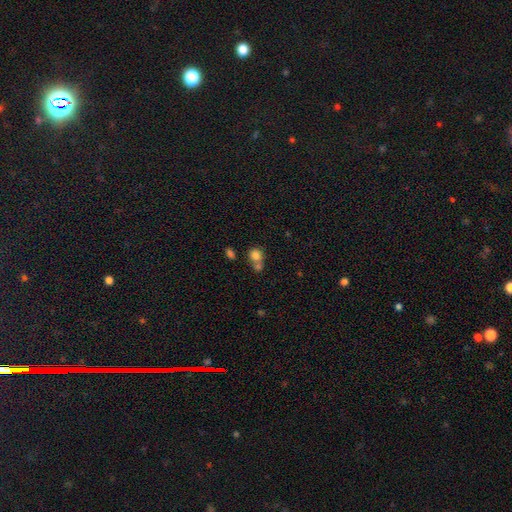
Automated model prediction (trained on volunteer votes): A smooth galaxy with no disk features (80%) that is round (77%).

Vote fractions:
- Smooth or featured? smooth: 80% / star or artifact: 11% / featured or disk: 9%
- How rounded? round: 77% / in between: 22% / cigar-shaped: 1%
- Merging? merger: 46% / none: 41% / minor disturbance: 9% / major disturbance: 4%